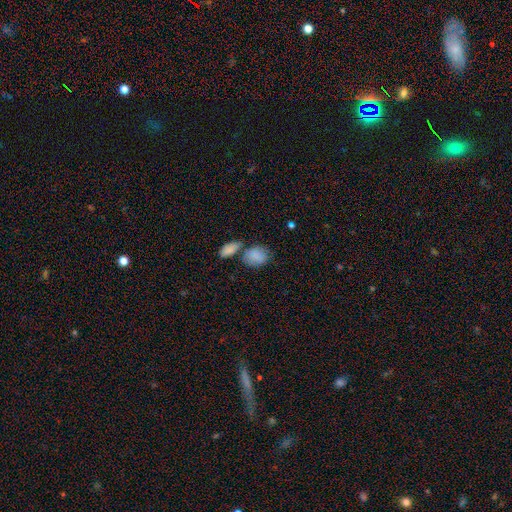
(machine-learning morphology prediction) smooth-or-featured: smooth: 85% | featured or disk: 8% | star or artifact: 7%
  how-rounded: in between: 68% | round: 31% | cigar-shaped: 2%
  merging: none: 45% | merger: 31% | minor disturbance: 17% | major disturbance: 7%